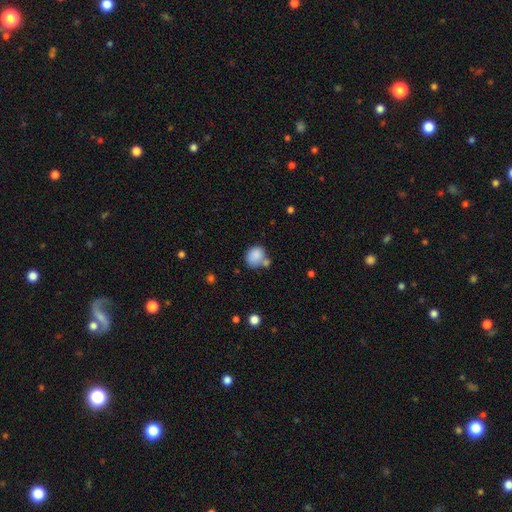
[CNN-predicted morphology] smooth_or_featured: smooth (p=0.85) [alt: star or artifact p=0.09]
how_rounded: round (p=0.53) [alt: in between p=0.46]
merging: none (p=0.52) [alt: merger p=0.24]